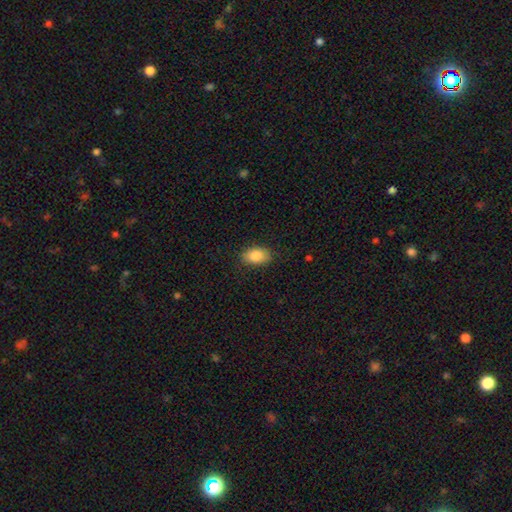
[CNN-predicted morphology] Smooth or featured?
  - smooth: 86% *
  - star or artifact: 8%
  - featured or disk: 6%
How rounded?
  - in between: 87% *
  - round: 11%
  - cigar-shaped: 2%
Merging?
  - none: 85% *
  - minor disturbance: 11%
  - major disturbance: 3%
  - merger: 1%